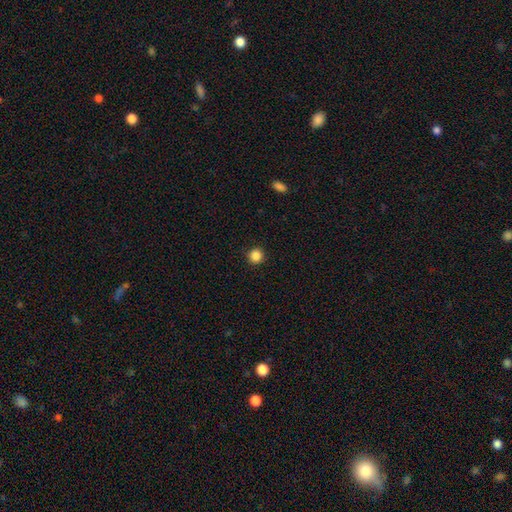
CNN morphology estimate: A smooth galaxy with no disk features (86%) that is round (95%). Merging: none (93%).